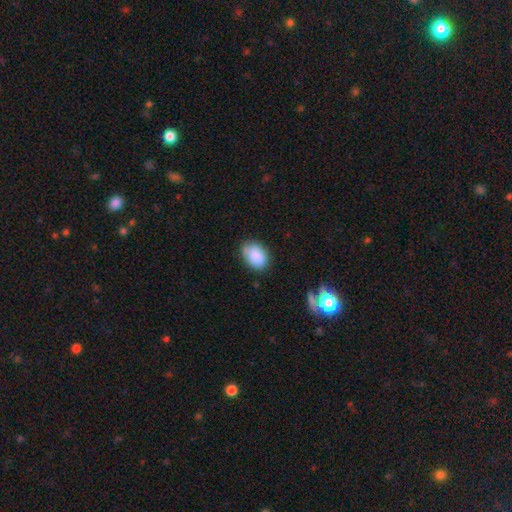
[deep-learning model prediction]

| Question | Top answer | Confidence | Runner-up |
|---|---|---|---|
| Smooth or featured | smooth | 86% | star or artifact (8%) |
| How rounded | in between | 75% | round (24%) |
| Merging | none | 70% | minor disturbance (22%) |